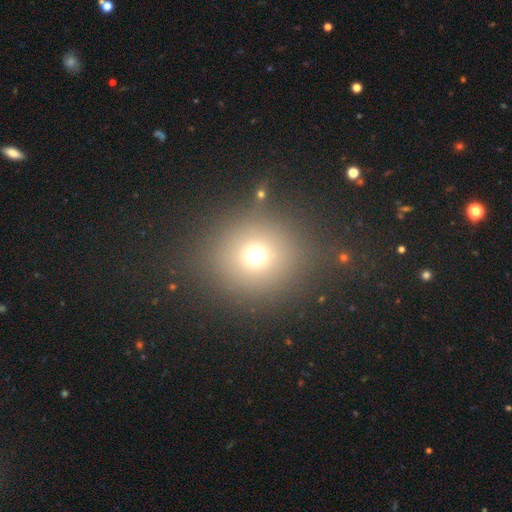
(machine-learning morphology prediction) smooth-or-featured: smooth: 68% | star or artifact: 22% | featured or disk: 11%
  how-rounded: round: 87% | in between: 12% | cigar-shaped: 1%
  merging: none: 80% | minor disturbance: 10% | major disturbance: 7% | merger: 4%